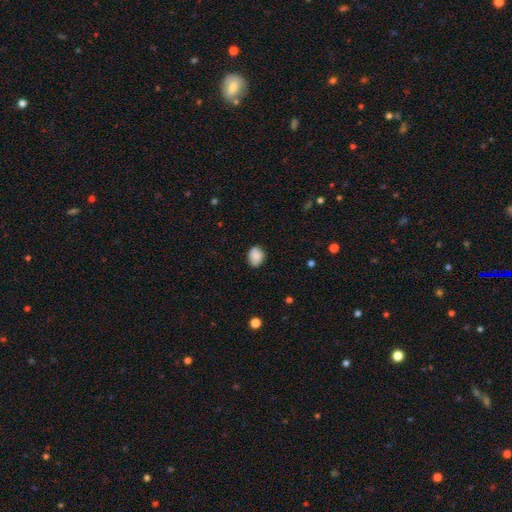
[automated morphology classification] smooth_or_featured: smooth (p=0.84) [alt: star or artifact p=0.08]
how_rounded: in between (p=0.58) [alt: round p=0.41]
merging: none (p=0.77) [alt: minor disturbance p=0.19]